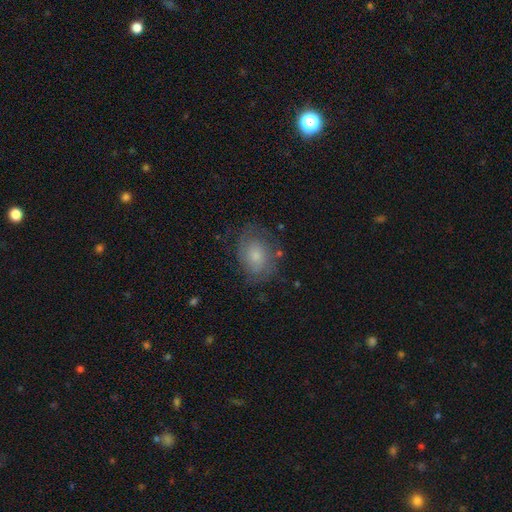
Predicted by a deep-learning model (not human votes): Smooth or featured? Predicted: smooth (p=0.49). Merging? Predicted: none (p=0.65).